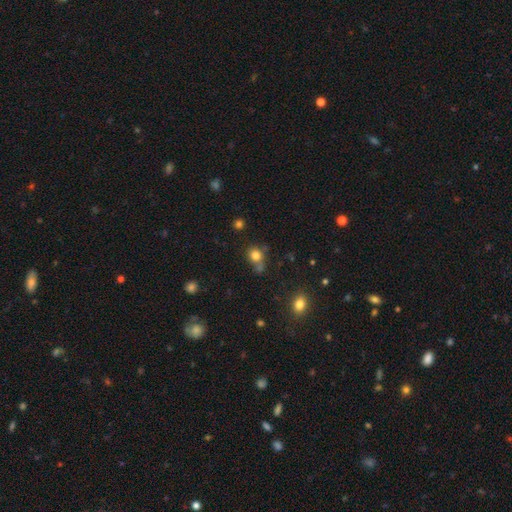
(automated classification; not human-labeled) smooth-or-featured: smooth: 79% | star or artifact: 13% | featured or disk: 7%
  how-rounded: round: 79% | in between: 20% | cigar-shaped: 1%
  merging: none: 58% | merger: 20% | minor disturbance: 16% | major disturbance: 6%